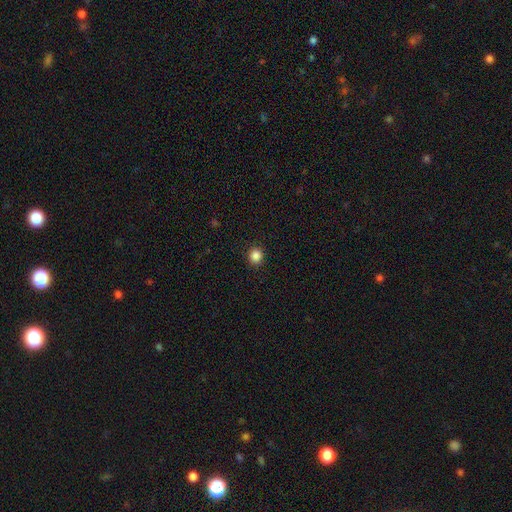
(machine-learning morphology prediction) smooth 86%, star or artifact 11%, featured or disk 3%. Down the decision tree: how rounded — round (90%); merging — none (92%).